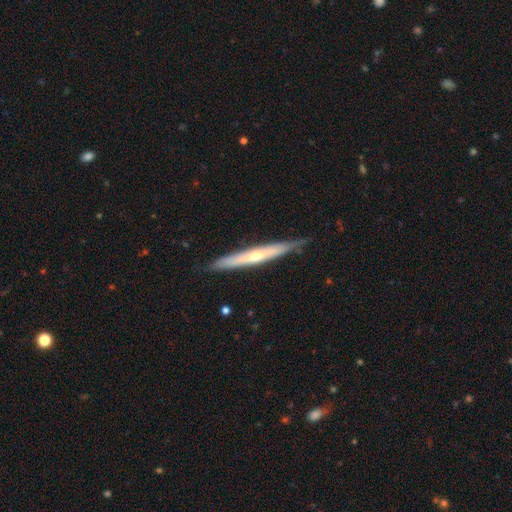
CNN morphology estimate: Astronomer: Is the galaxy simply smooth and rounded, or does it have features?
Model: featured or disk — 62%.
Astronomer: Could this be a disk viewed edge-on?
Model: yes — 92%.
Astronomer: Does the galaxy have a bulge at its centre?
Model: rounded — 71%.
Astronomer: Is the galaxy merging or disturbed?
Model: none — 84%.